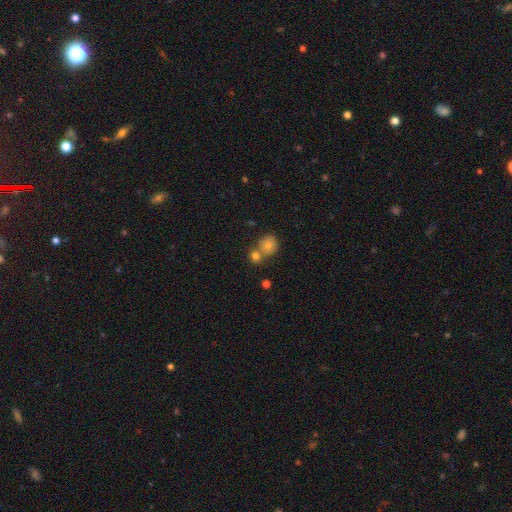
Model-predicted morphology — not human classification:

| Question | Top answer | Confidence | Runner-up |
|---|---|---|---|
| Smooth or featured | smooth | 59% | star or artifact (26%) |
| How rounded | round | 85% | in between (13%) |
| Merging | none | 64% | merger (23%) |